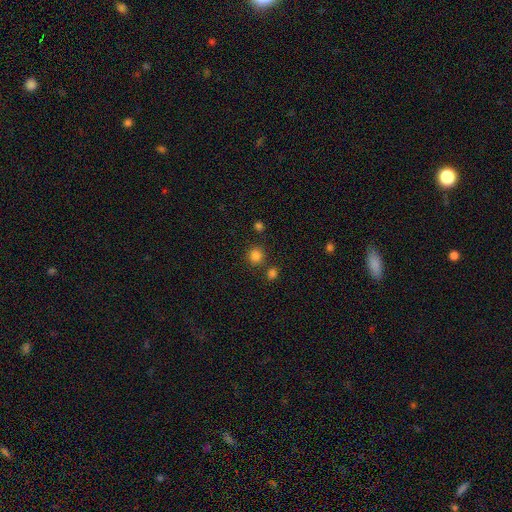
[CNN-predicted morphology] smooth-or-featured: smooth: 82% | star or artifact: 14% | featured or disk: 4%
  how-rounded: round: 89% | in between: 10% | cigar-shaped: 1%
  merging: none: 79% | merger: 10% | minor disturbance: 8% | major disturbance: 3%